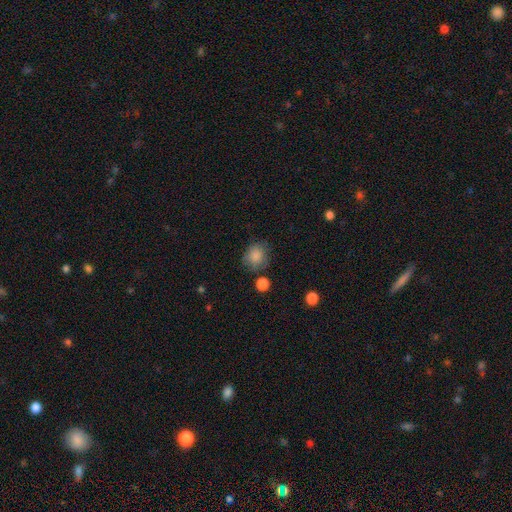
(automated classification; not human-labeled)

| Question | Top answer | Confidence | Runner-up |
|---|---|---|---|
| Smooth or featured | smooth | 85% | star or artifact (9%) |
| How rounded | round | 74% | in between (25%) |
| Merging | none | 67% | minor disturbance (21%) |